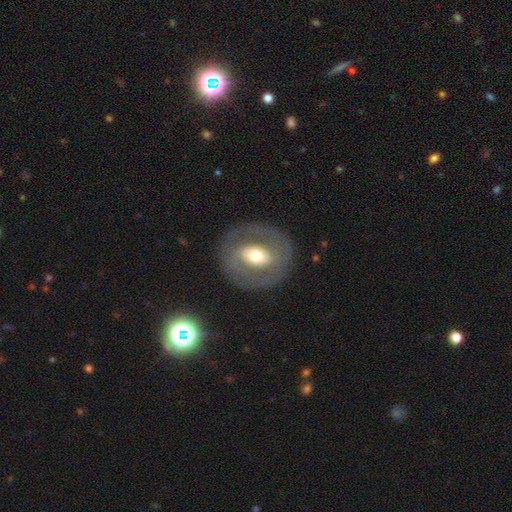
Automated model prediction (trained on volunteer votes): Smooth or featured: featured or disk — 65% (smooth — 29%)
Edge-on disk: no — 93% (yes — 7%)
Bar: strong — 37% (no — 32%)
Spiral arms: no — 66% (yes — 34%)
Bulge size: moderate — 63% (large — 20%)
Merging: none — 82% (minor disturbance — 10%)